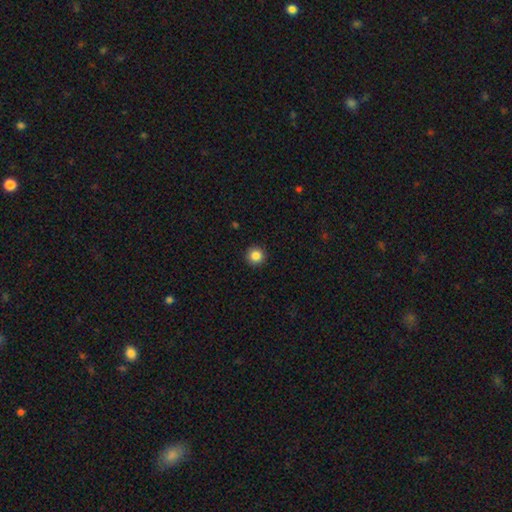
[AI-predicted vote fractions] This is clearly a smooth galaxy (85%). How rounded: clearly round (96%). Merging: clearly none (93%).